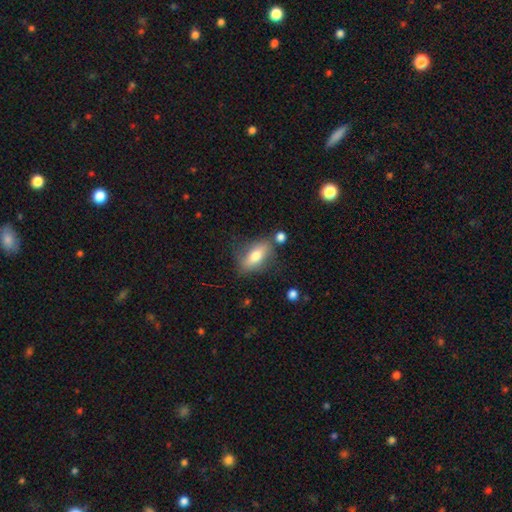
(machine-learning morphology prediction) This appears to be a smooth galaxy with no disk features (65%) that is in between round and cigar-shaped (78%). Merging: none (66%).